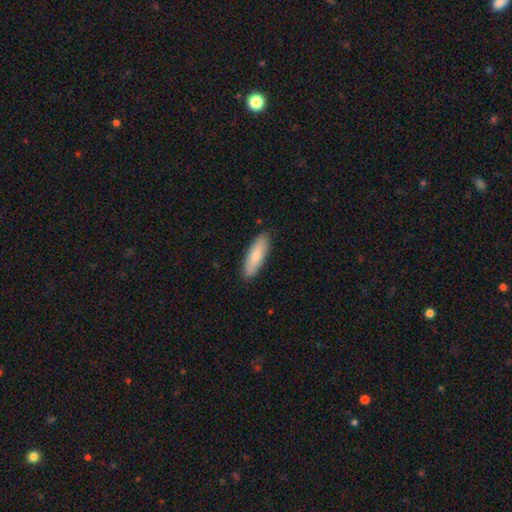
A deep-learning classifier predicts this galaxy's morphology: Q: Smooth or featured?
A: smooth (84%); runner-up: featured or disk (11%)
Q: How rounded?
A: cigar-shaped (51%); runner-up: in between (47%)
Q: Merging?
A: none (89%); runner-up: minor disturbance (9%)